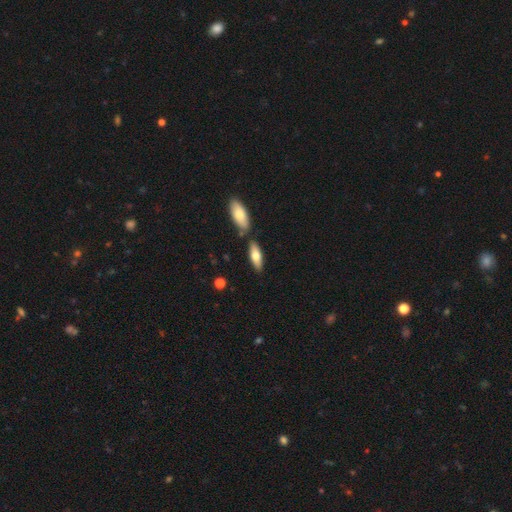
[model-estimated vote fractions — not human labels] A smooth galaxy with no disk features (71%) that is in between round and cigar-shaped (67%). Merging: none (71%).